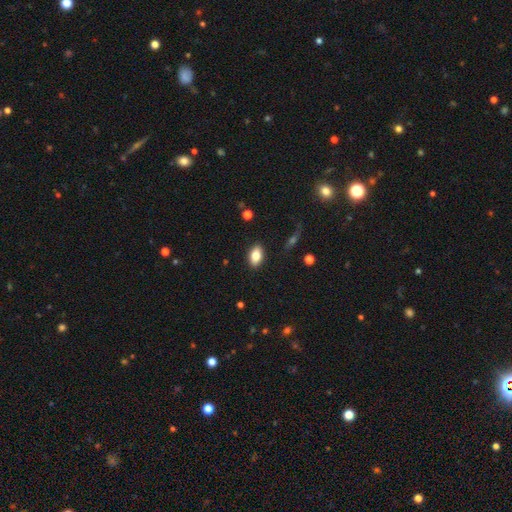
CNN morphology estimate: This appears to be a smooth galaxy with no disk features (82%) that is in between round and cigar-shaped (90%). Merging: none (88%).